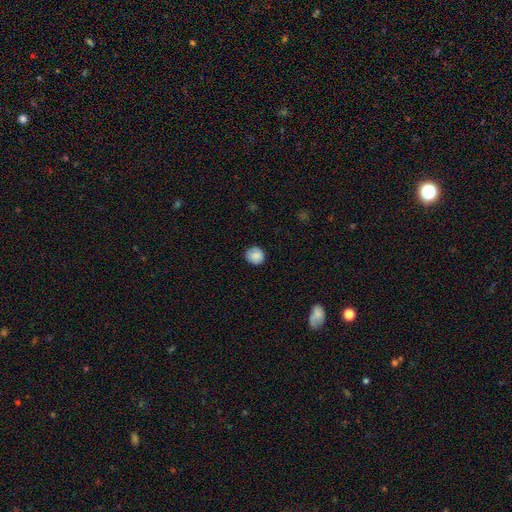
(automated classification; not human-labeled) This is clearly a smooth galaxy (85%). How rounded: clearly round (86%). Merging: clearly none (84%).